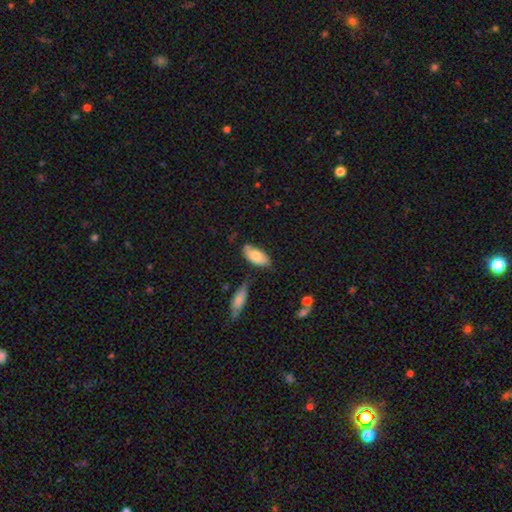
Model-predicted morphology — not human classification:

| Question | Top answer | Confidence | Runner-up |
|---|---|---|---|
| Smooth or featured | smooth | 74% | featured or disk (20%) |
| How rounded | in between | 91% | cigar-shaped (6%) |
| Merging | none | 59% | minor disturbance (28%) |